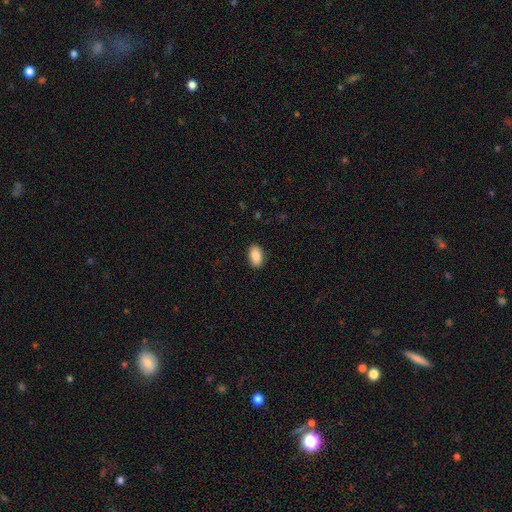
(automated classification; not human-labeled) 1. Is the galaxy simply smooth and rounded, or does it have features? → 90% smooth, 7% star or artifact, 3% featured or disk.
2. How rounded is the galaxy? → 93% in between, 5% round, 2% cigar-shaped.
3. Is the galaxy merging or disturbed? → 89% none, 8% minor disturbance, 2% major disturbance, 1% merger.